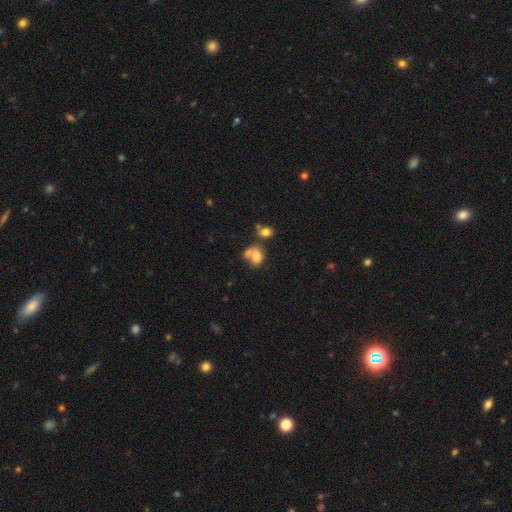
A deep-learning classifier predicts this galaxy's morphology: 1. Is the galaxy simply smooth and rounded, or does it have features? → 75% smooth, 15% featured or disk, 11% star or artifact.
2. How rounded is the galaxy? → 57% in between, 42% round, 1% cigar-shaped.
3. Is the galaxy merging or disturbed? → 48% merger, 31% none, 13% minor disturbance, 8% major disturbance.